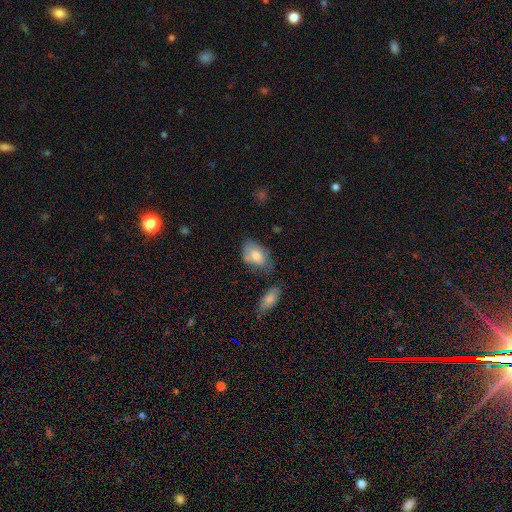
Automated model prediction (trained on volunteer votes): A smooth galaxy with no disk features (75%) that is in between round and cigar-shaped (89%). Merging: none (49%).